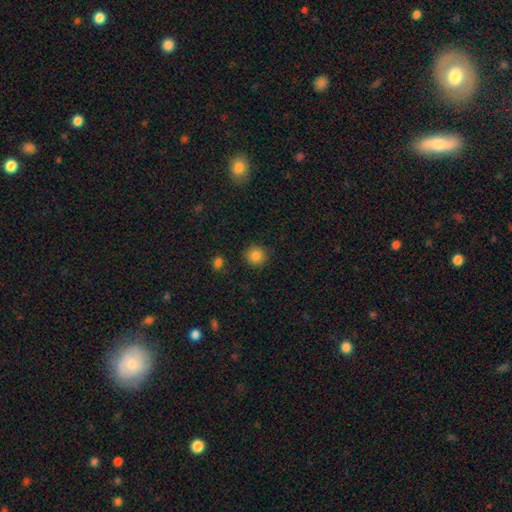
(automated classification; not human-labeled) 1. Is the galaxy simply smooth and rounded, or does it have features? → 85% smooth, 10% star or artifact, 5% featured or disk.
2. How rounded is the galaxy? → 91% round, 8% in between, 1% cigar-shaped.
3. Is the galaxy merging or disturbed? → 88% none, 8% minor disturbance, 2% major disturbance, 2% merger.